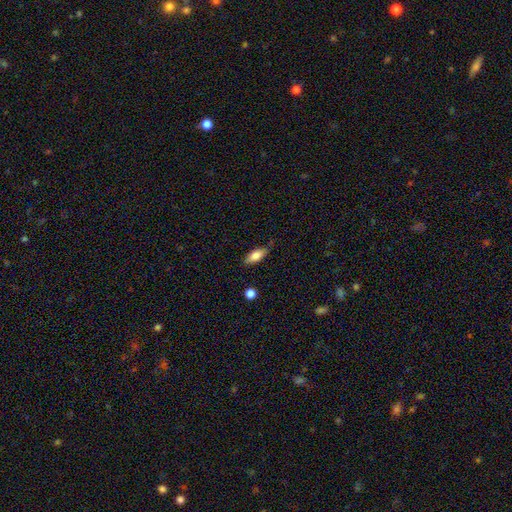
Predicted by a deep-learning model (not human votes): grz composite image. It shows a smooth galaxy with no disk features (76%) that is in between round and cigar-shaped (76%). Merging: none (76%).